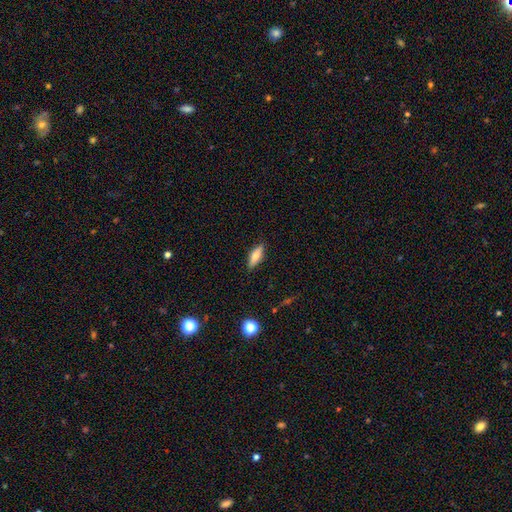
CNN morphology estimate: Q: Smooth or featured?
A: smooth (70%); runner-up: featured or disk (23%)
Q: How rounded?
A: in between (54%); runner-up: cigar-shaped (43%)
Q: Merging?
A: none (87%); runner-up: minor disturbance (10%)